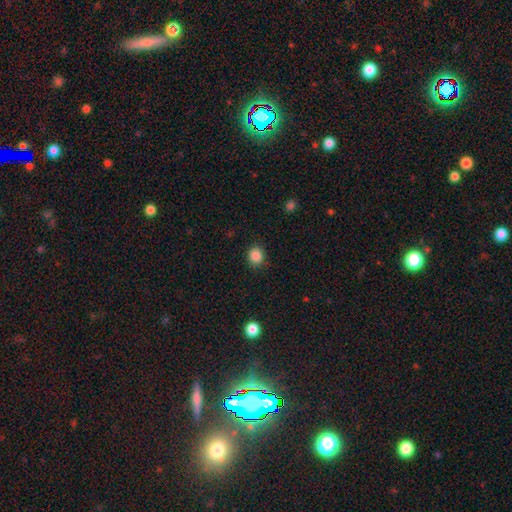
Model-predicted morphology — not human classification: Smooth or featured? smooth (87%)
How rounded? round (81%)
Merging? none (89%)